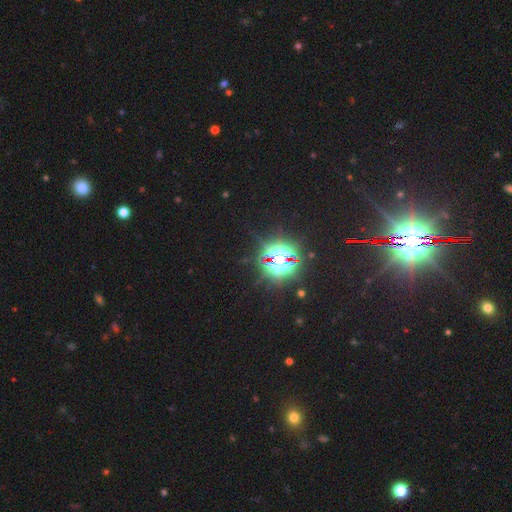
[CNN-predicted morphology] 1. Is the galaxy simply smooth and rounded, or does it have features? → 81% star or artifact, 13% smooth, 6% featured or disk.